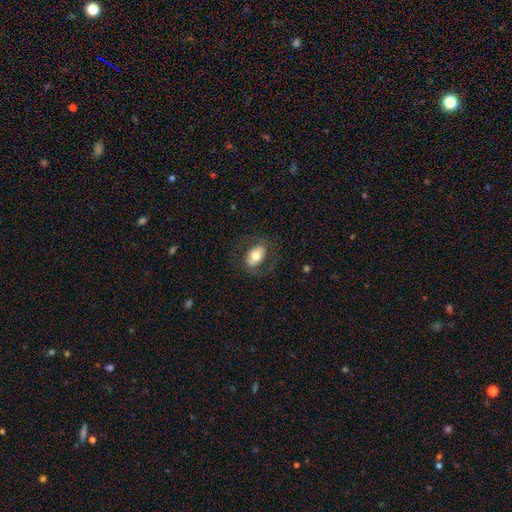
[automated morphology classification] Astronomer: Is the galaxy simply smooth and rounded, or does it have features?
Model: smooth — 62%.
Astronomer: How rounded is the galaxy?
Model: in between — 80%.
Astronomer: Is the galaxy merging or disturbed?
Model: none — 75%.